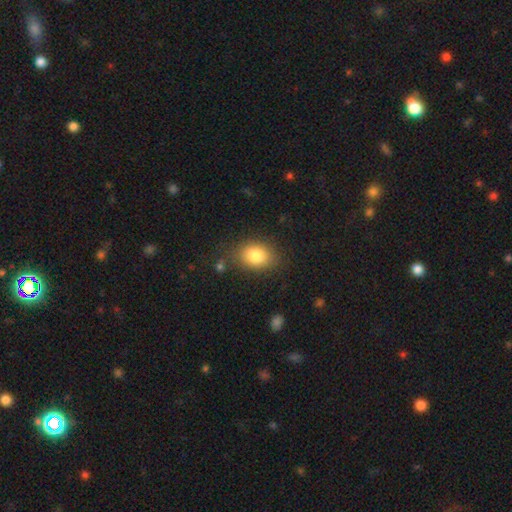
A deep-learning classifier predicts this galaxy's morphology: type=smooth (84%); roundness=in between (72%); merging=none (79%).